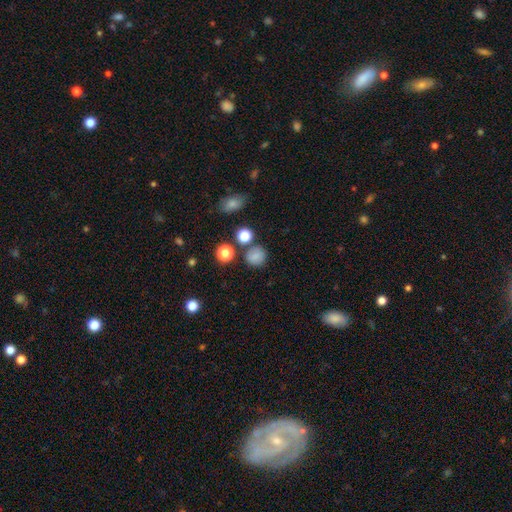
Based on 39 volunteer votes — Volunteers were most divided on "merging": none: 86%, minor disturbance: 11%, merger: 3%, major disturbance: 0%. More confident: how rounded — round (94%); smooth or featured — smooth (90%).